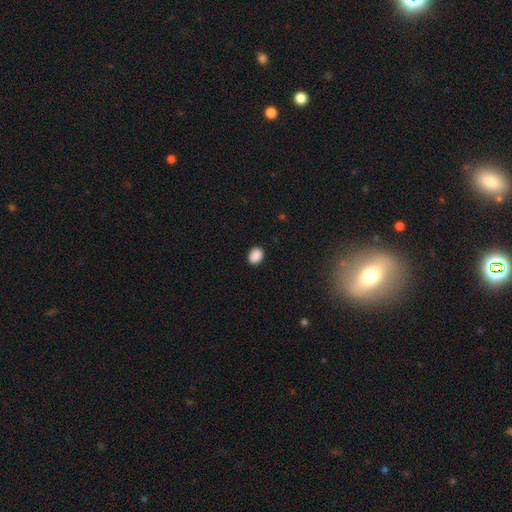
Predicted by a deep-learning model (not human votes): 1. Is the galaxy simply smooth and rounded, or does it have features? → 89% smooth, 9% star or artifact, 2% featured or disk.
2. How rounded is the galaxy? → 52% round, 47% in between, 1% cigar-shaped.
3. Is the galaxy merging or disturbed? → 90% none, 7% minor disturbance, 2% major disturbance, 1% merger.